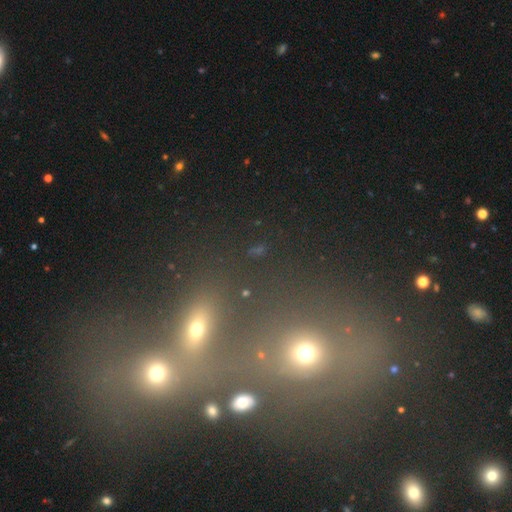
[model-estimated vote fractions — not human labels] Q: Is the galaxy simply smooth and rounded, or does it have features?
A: star or artifact — 47%.